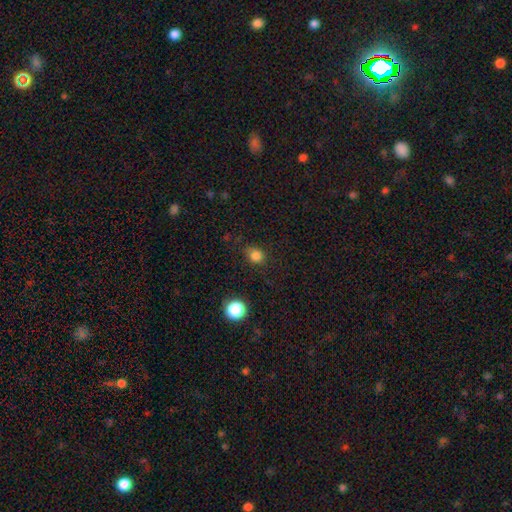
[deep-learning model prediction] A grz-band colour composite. It shows a smooth galaxy with no disk features (82%) that is round (67%). Merging: none (77%).